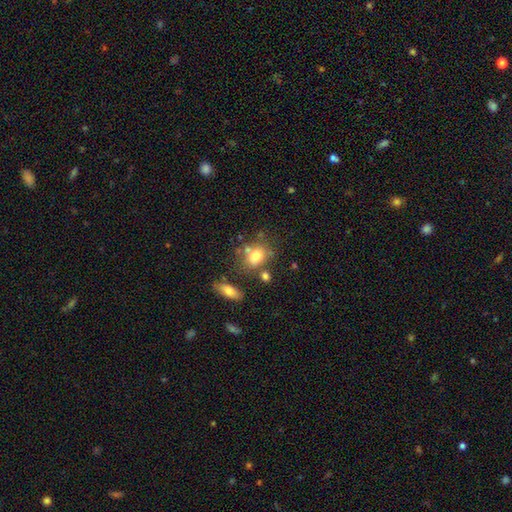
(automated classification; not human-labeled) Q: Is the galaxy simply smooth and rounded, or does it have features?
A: smooth — 75%.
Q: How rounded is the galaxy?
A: in between — 59%.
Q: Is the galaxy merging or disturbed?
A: none — 56%.